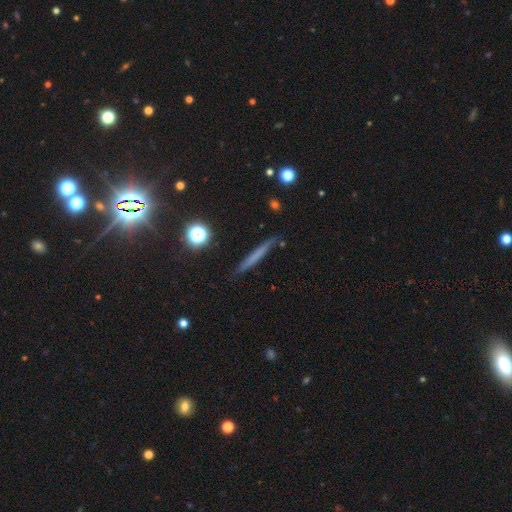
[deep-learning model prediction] The model was most divided on "smooth or featured": smooth: 55%, featured or disk: 34%, star or artifact: 10%. More confident: how rounded — cigar-shaped (95%); merging — none (87%).